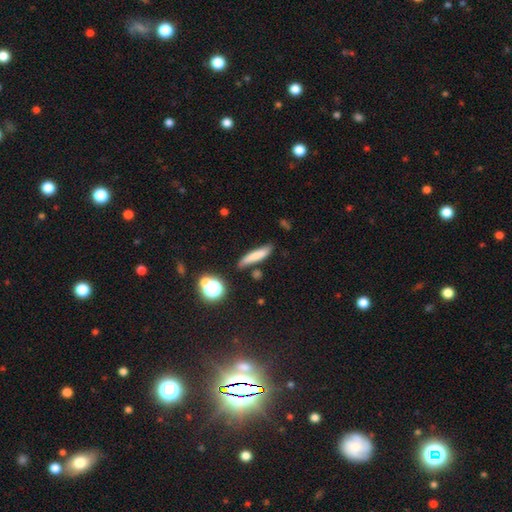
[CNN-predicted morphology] Smooth or featured? smooth (72%)
How rounded? cigar-shaped (84%)
Merging? none (75%)